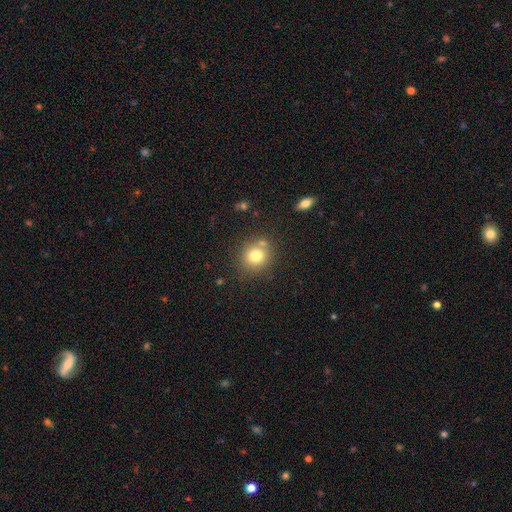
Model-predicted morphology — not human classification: A smooth galaxy with no disk features (77%) that is round (83%).

Vote fractions:
- Smooth or featured? smooth: 77% / star or artifact: 12% / featured or disk: 11%
- How rounded? round: 83% / in between: 16% / cigar-shaped: 1%
- Merging? none: 72% / merger: 12% / minor disturbance: 12% / major disturbance: 4%